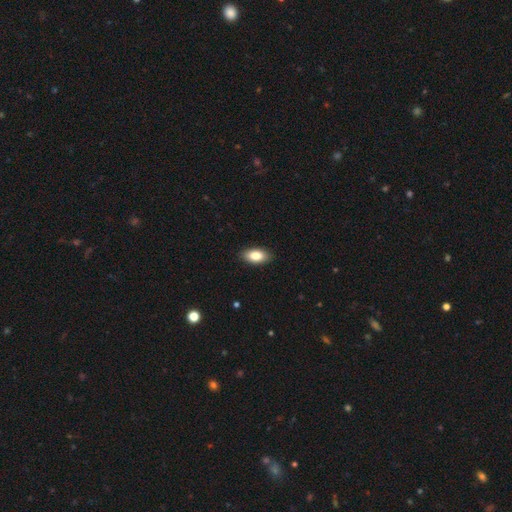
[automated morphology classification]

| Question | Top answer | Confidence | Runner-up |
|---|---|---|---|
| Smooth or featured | smooth | 85% | featured or disk (8%) |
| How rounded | in between | 92% | cigar-shaped (4%) |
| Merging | none | 89% | minor disturbance (8%) |